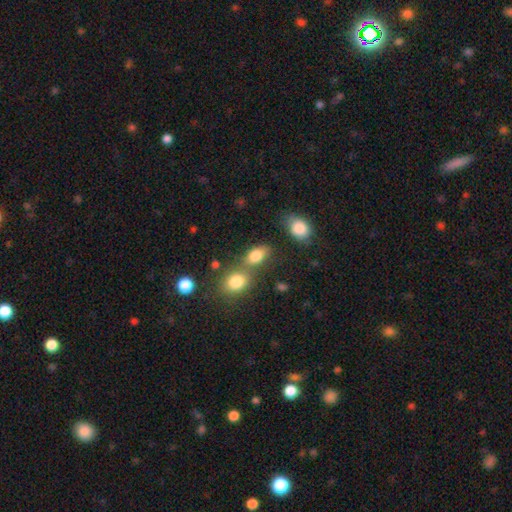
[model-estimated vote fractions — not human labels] Smooth or featured? smooth (82%)
How rounded? in between (79%)
Merging? none (43%)